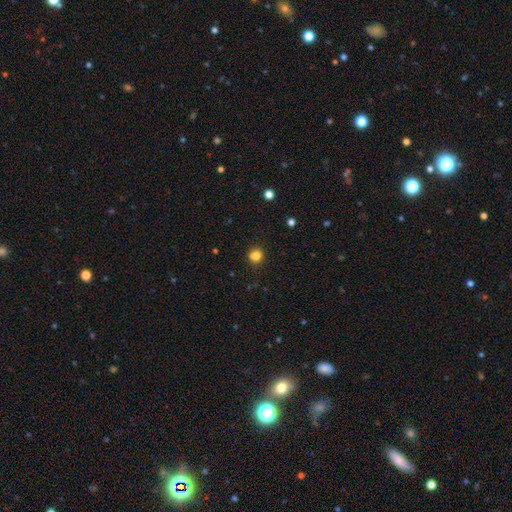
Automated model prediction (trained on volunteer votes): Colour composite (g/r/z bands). It shows a smooth galaxy with no disk features (81%) that is round (80%). Merging: none (73%).